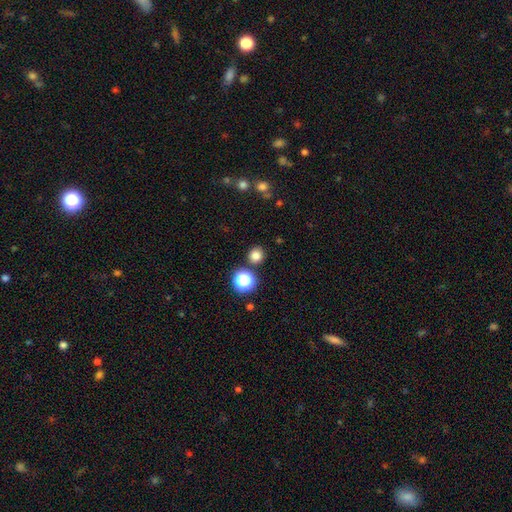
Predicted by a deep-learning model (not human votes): This appears to be a smooth galaxy with no disk features (79%) that is round (91%). Merging: none (86%).